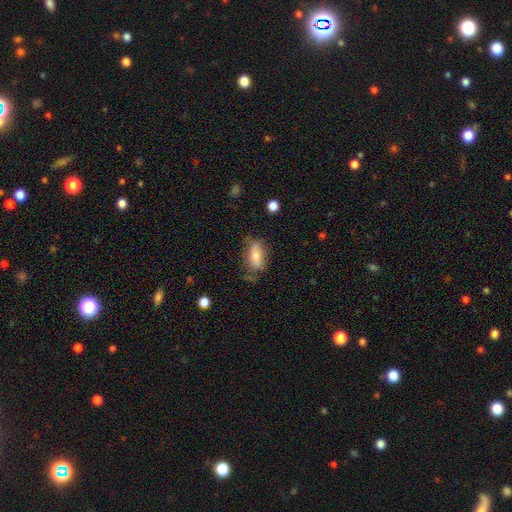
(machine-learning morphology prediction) Smooth or featured? Predicted: smooth (p=0.68). How rounded? Predicted: in between (p=0.83). Merging? Predicted: none (p=0.62).